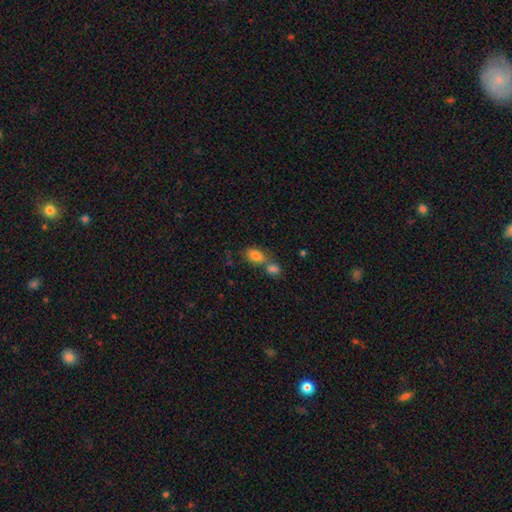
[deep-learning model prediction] smooth-or-featured: smooth: 81% | featured or disk: 9% | star or artifact: 9%
  how-rounded: in between: 86% | round: 11% | cigar-shaped: 3%
  merging: merger: 51% | none: 35% | minor disturbance: 9% | major disturbance: 4%